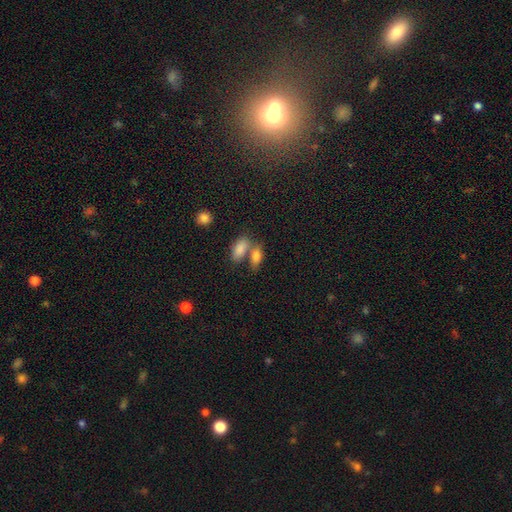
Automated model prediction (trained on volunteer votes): Q: Smooth or featured?
A: smooth (82%); runner-up: featured or disk (9%)
Q: How rounded?
A: in between (86%); runner-up: cigar-shaped (8%)
Q: Merging?
A: merger (46%); runner-up: none (40%)